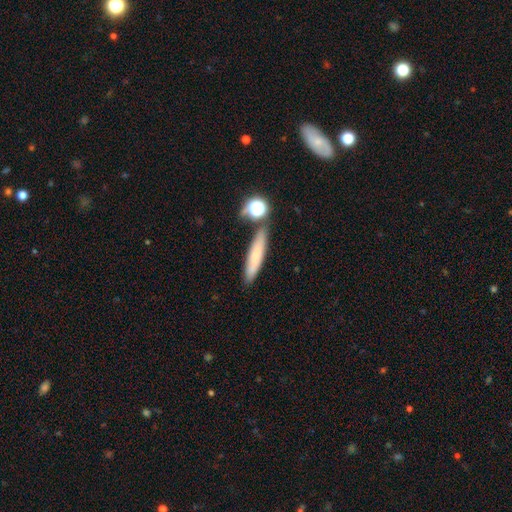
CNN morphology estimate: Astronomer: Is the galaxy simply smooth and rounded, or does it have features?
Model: smooth — 70%.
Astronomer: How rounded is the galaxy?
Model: cigar-shaped — 82%.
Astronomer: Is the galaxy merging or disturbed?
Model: none — 76%.